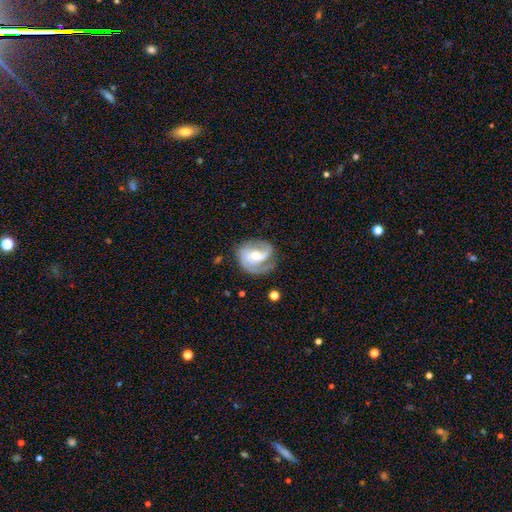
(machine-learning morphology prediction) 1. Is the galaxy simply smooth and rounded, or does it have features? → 83% featured or disk, 11% smooth, 5% star or artifact.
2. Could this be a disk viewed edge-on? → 97% no, 3% yes.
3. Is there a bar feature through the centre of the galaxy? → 46% no, 39% weak, 15% strong.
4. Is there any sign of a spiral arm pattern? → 95% yes, 5% no.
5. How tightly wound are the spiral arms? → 44% medium, 38% tight, 18% loose.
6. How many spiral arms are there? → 59% 2, 15% 1, 11% 3, 11% can't tell, 2% 4, 2% more than 4.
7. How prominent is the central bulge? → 59% moderate, 37% small, 3% large, 1% none, 1% dominant.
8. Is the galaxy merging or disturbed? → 63% none, 22% minor disturbance, 13% major disturbance, 2% merger.